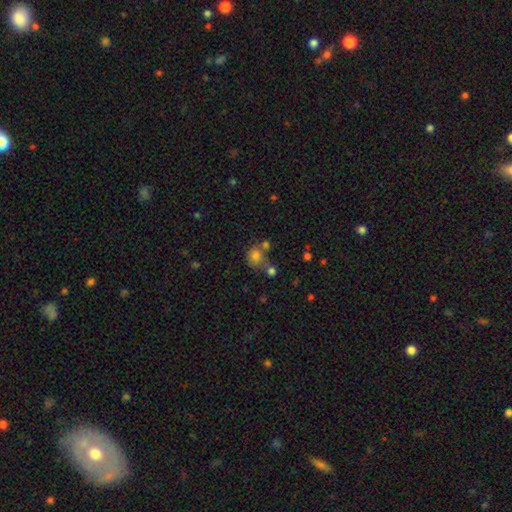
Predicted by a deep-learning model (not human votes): This is likely a smooth galaxy (75%). How rounded: likely round (77%). Merging: possibly none (47%).